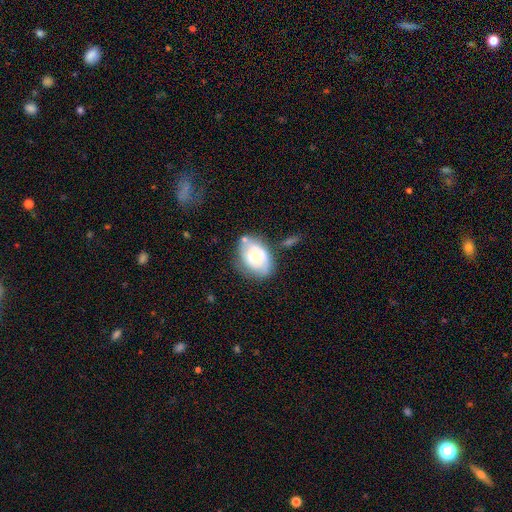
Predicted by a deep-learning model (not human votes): Q: Smooth or featured?
A: featured or disk (47%); runner-up: smooth (46%)
Q: Merging?
A: none (57%); runner-up: minor disturbance (25%)